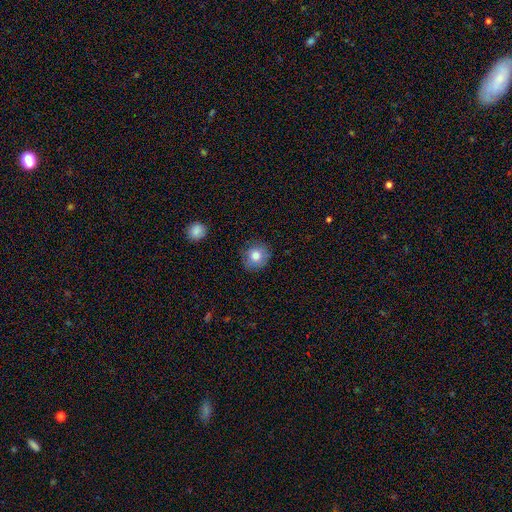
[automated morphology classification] smooth 79%, featured or disk 11%, star or artifact 9%. Down the decision tree: how rounded — round (86%); merging — none (85%).